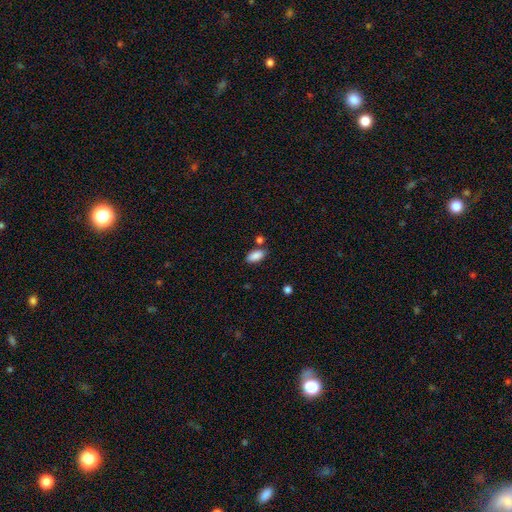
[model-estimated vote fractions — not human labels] Smooth or featured? Predicted: smooth (p=0.88). How rounded? Predicted: in between (p=0.91). Merging? Predicted: none (p=0.77).